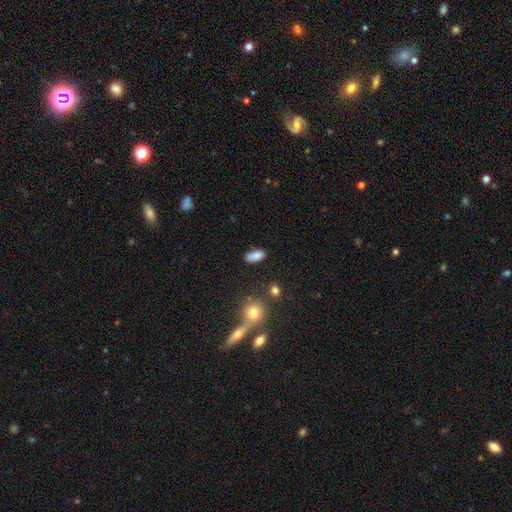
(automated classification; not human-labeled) smooth_or_featured: smooth (p=0.83) [alt: star or artifact p=0.09]
how_rounded: in between (p=0.85) [alt: cigar-shaped p=0.11]
merging: none (p=0.75) [alt: minor disturbance p=0.16]